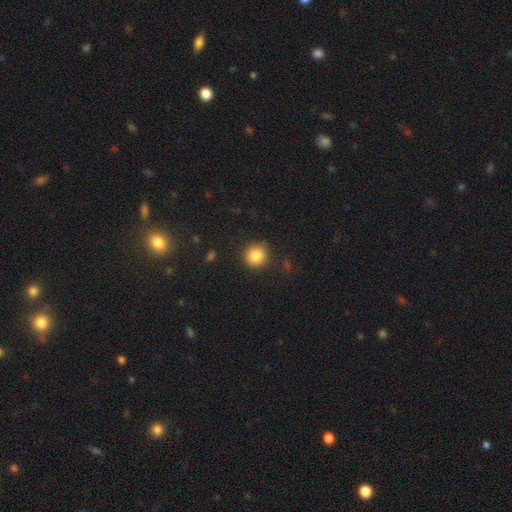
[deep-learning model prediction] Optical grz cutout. It shows a smooth galaxy with no disk features (85%) that is round (92%). Merging: none (88%).